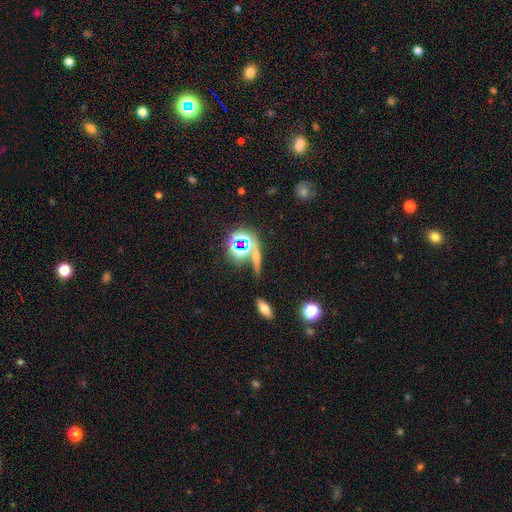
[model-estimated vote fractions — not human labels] Morphology: type=star or artifact (45%).